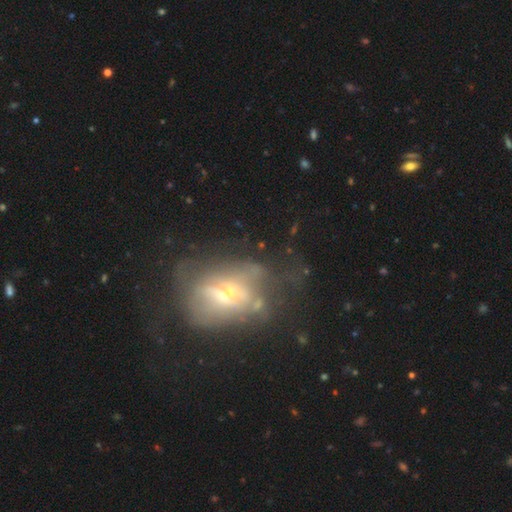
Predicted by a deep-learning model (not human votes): Smooth or featured? Predicted: featured or disk (p=0.54). Edge-on disk? Predicted: no (p=0.91). Merging? Predicted: none (p=0.51).